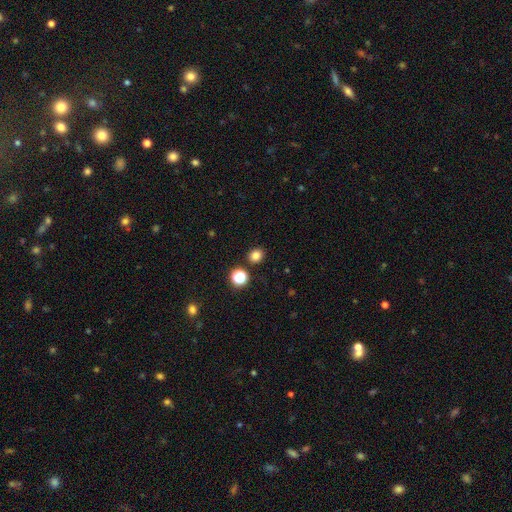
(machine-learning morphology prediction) A smooth galaxy with no disk features (80%) that is round (76%).

Vote fractions:
- Smooth or featured? smooth: 80% / star or artifact: 15% / featured or disk: 5%
- How rounded? round: 76% / in between: 23% / cigar-shaped: 1%
- Merging? none: 88% / minor disturbance: 6% / merger: 4% / major disturbance: 2%